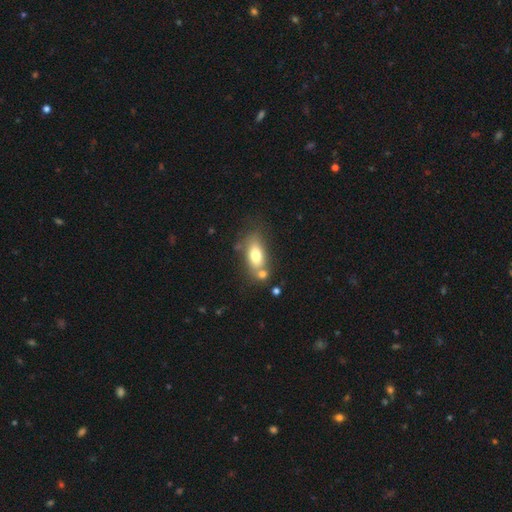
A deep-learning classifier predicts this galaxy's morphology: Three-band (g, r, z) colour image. It shows a smooth galaxy with no disk features (74%) that is in between round and cigar-shaped (84%). Merging: none (55%).